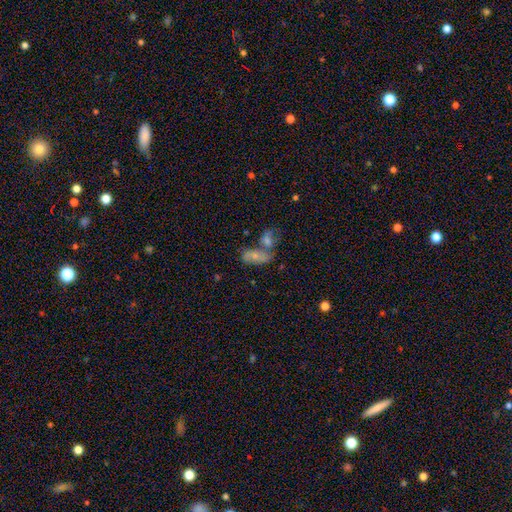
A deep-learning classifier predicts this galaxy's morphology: Overall: smooth (60%; featured or disk 30%). How rounded: in between (84%). Merging: merger (51%; none 30%).